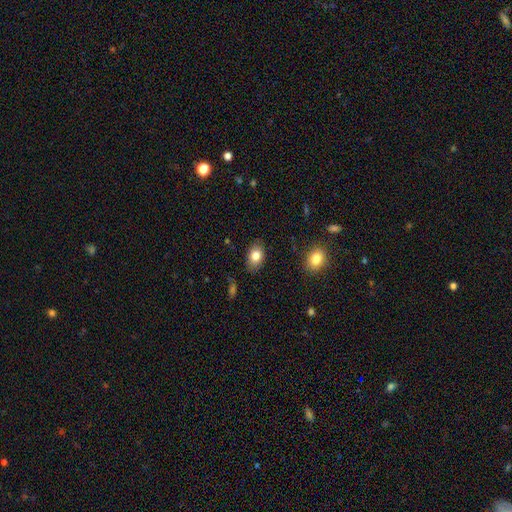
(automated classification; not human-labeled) smooth_or_featured: smooth (p=0.81) [alt: featured or disk p=0.11]
how_rounded: in between (p=0.84) [alt: round p=0.15]
merging: none (p=0.85) [alt: minor disturbance p=0.11]